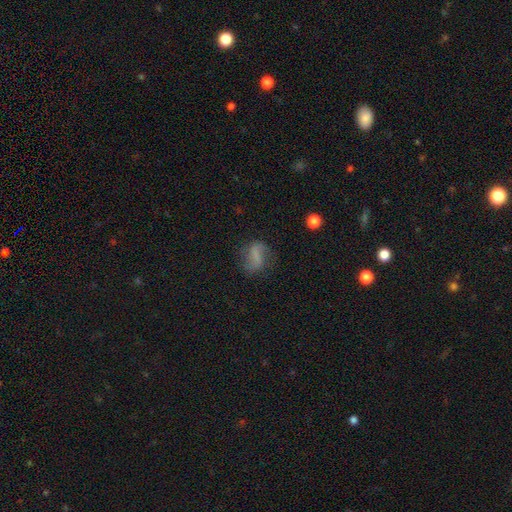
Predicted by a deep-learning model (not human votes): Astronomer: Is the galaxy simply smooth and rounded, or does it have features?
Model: featured or disk — 52% (runner-up: smooth, 36%).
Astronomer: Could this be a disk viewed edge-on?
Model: no — 96%.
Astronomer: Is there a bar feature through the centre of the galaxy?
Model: strong — 34% (runner-up: weak, 33%).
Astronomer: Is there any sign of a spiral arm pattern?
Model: yes — 81%.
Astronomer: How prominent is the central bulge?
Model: none — 69%.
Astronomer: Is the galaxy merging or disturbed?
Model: none — 67%.